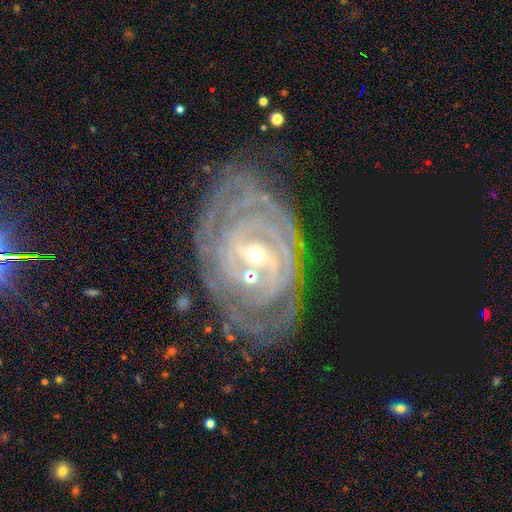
smooth_or_featured: featured or disk (p=0.93) [alt: smooth p=0.05]
disk_edge_on: no (p=0.95) [alt: yes p=0.05]
bar: weak (p=0.49) [alt: strong p=0.37]
has_spiral_arms: yes (p=0.94) [alt: no p=0.06]
spiral_winding: tight (p=0.88) [alt: medium p=0.09]
spiral_arm_count: 2 (p=0.30) [alt: can't tell p=0.27]
bulge_size: moderate (p=0.54) [alt: small p=0.43]
merging: none (p=0.59) [alt: minor disturbance p=0.23]